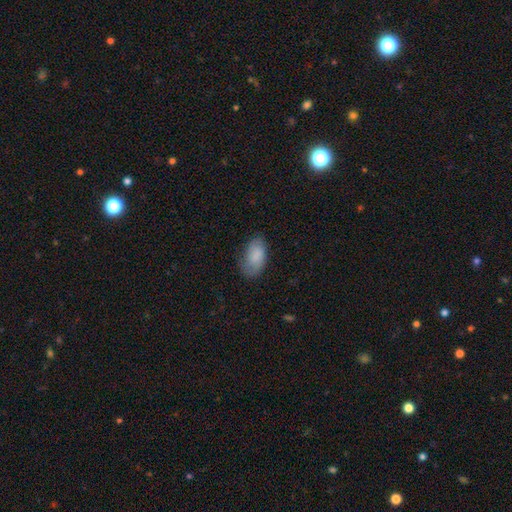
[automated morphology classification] Smooth or featured? smooth (82%)
How rounded? in between (94%)
Merging? none (73%)